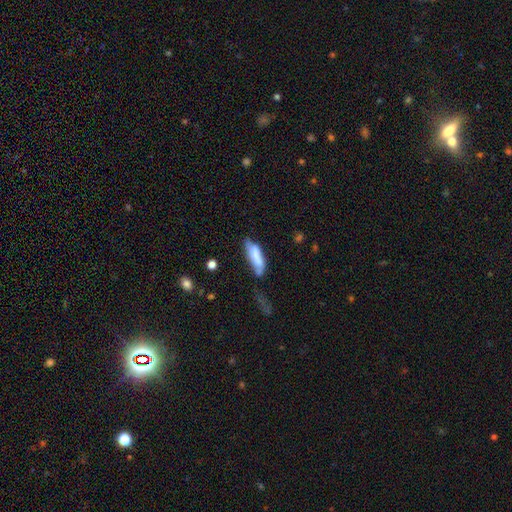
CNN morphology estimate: Overall: smooth (67%). How rounded: in between (52%; cigar-shaped 46%). Merging: none (35%; minor disturbance 31%).